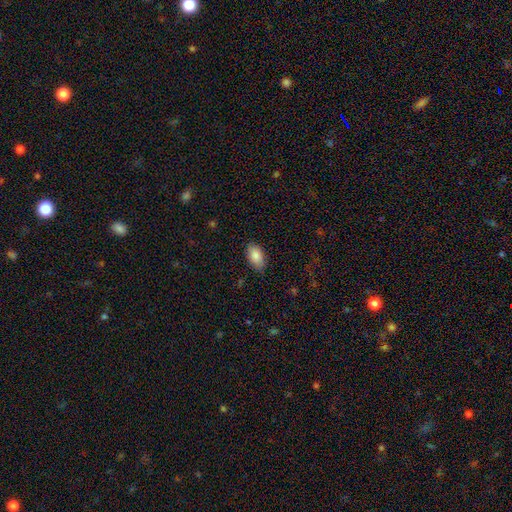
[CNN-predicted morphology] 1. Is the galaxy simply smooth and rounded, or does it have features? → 86% smooth, 7% featured or disk, 7% star or artifact.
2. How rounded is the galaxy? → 93% in between, 4% round, 2% cigar-shaped.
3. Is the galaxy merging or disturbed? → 83% none, 13% minor disturbance, 3% major disturbance, 1% merger.